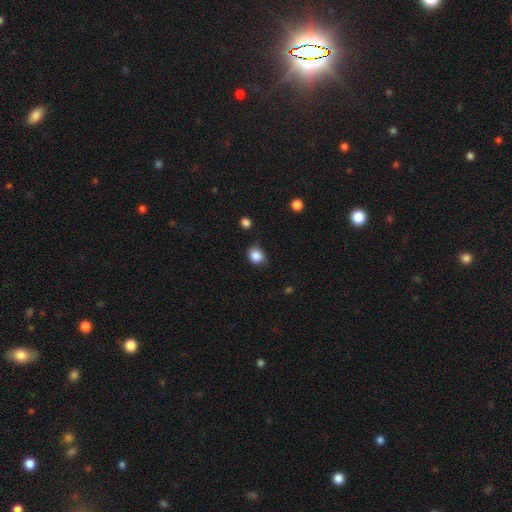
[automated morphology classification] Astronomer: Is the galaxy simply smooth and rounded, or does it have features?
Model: smooth — 86%.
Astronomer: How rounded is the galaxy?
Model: round — 61% (runner-up: in between, 38%).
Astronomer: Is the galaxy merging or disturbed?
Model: none — 66%.